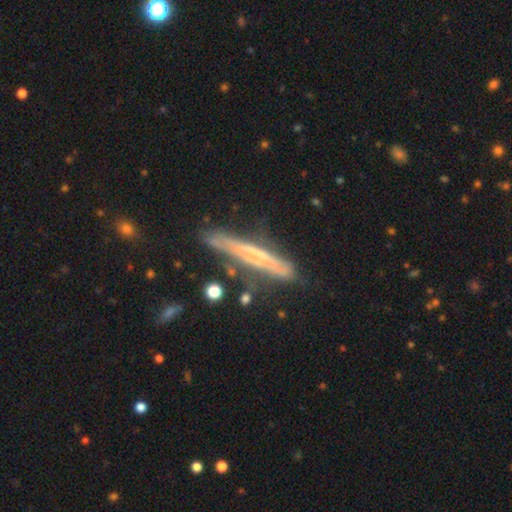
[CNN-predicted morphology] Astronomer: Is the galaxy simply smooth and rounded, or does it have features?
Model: featured or disk — 61%.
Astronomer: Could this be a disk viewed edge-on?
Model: yes — 83%.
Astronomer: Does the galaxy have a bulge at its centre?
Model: none — 72%.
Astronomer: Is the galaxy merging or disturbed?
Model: none — 67%.